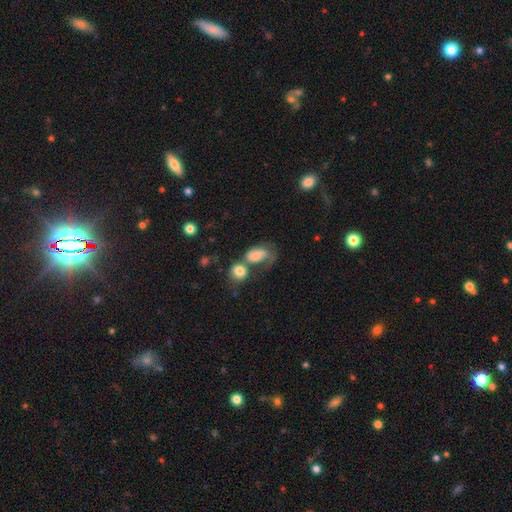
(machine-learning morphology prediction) The model was most divided on "merging": merger: 42%, major disturbance: 22%, none: 21%, minor disturbance: 15%. More confident: how rounded — in between (77%); smooth or featured — smooth (66%).